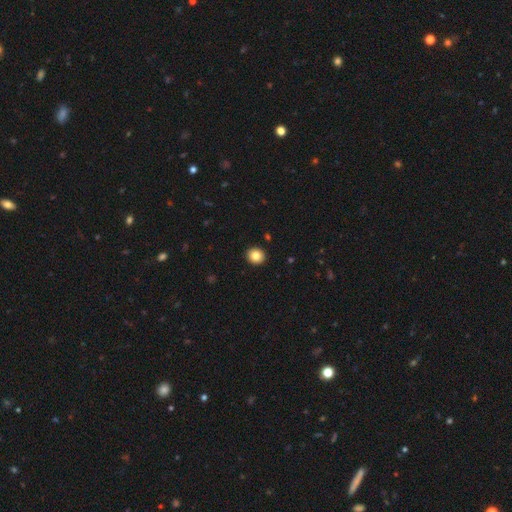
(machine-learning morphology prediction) This appears to be a smooth galaxy with no disk features (84%) that is round (85%). Merging: none (93%).